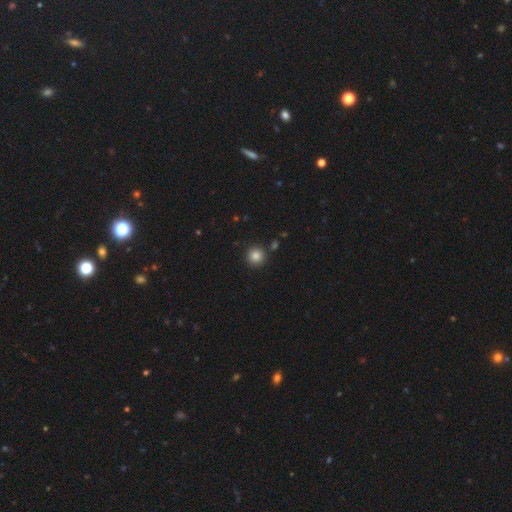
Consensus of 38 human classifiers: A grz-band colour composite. It shows a smooth galaxy with no disk features (95%) that is round (100%). Merging: none (83%).